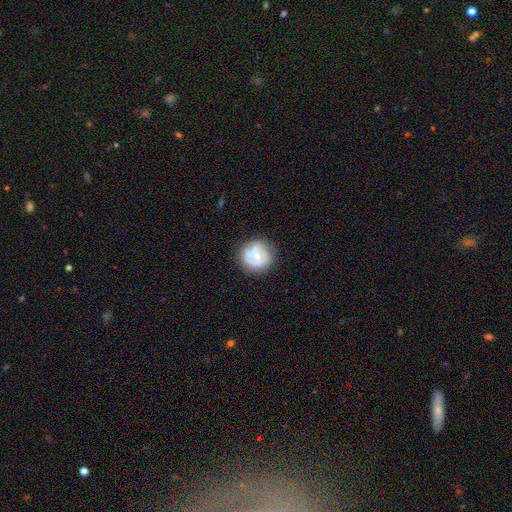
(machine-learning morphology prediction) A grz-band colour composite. It shows a featured or disk galaxy (46%, tied with smooth). Merging: none (69%).